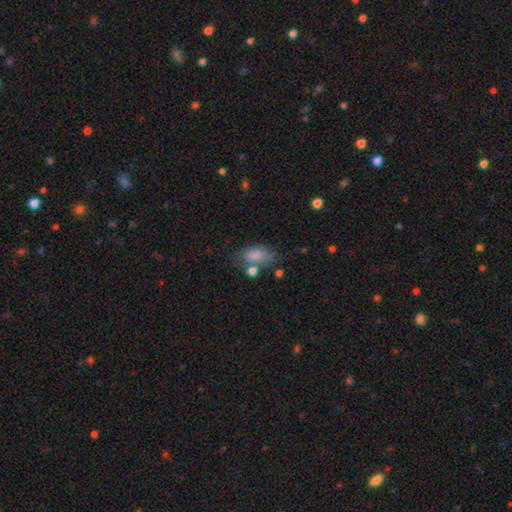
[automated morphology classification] Q: Smooth or featured?
A: smooth (81%); runner-up: featured or disk (10%)
Q: How rounded?
A: in between (89%); runner-up: round (8%)
Q: Merging?
A: none (51%); runner-up: minor disturbance (23%)